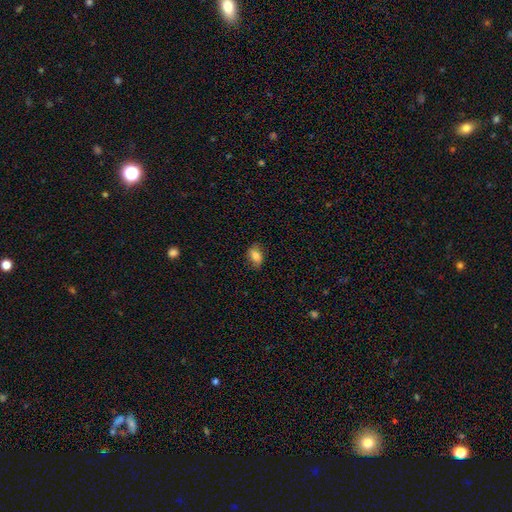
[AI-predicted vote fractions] Q: Smooth or featured?
A: smooth (80%); runner-up: featured or disk (11%)
Q: How rounded?
A: in between (82%); runner-up: round (15%)
Q: Merging?
A: none (78%); runner-up: minor disturbance (17%)